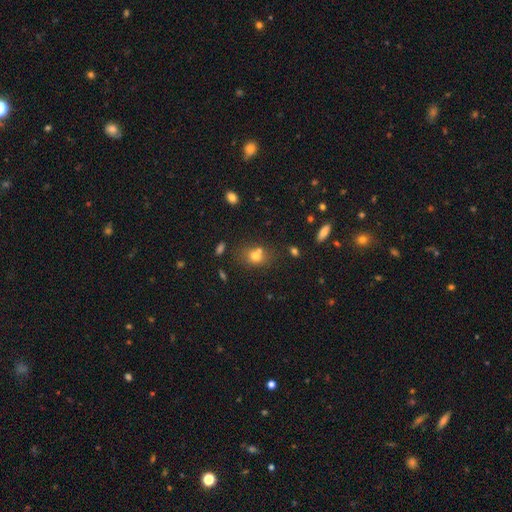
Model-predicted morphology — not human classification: Smooth or featured: smooth — 70% (star or artifact — 15%)
How rounded: round — 55% (in between — 44%)
Merging: none — 52% (merger — 30%)